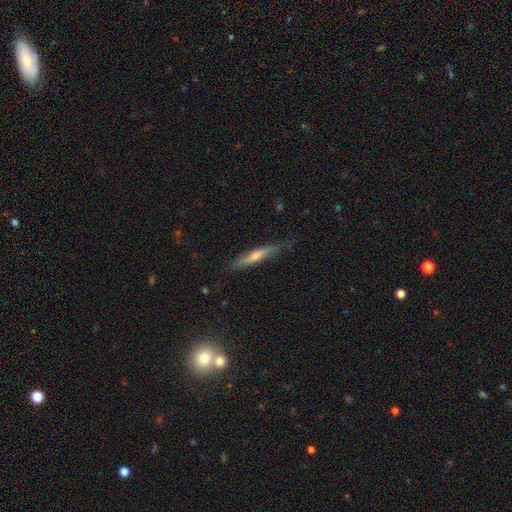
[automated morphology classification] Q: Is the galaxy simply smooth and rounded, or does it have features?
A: featured or disk — 51%.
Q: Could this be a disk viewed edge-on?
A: yes — 91%.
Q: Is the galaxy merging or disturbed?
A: none — 77%.